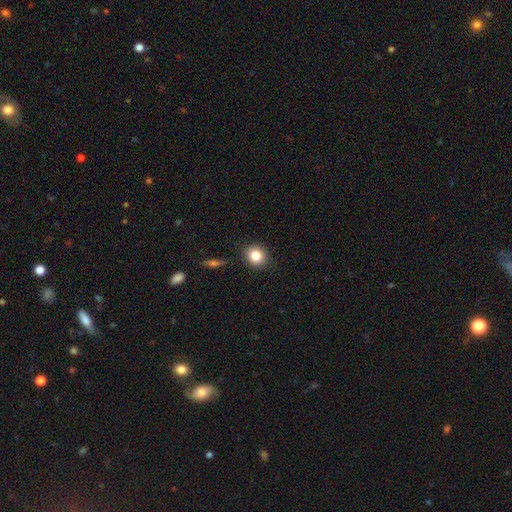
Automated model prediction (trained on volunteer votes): This appears to be a smooth galaxy with no disk features (83%) that is round (77%). Merging: none (89%).